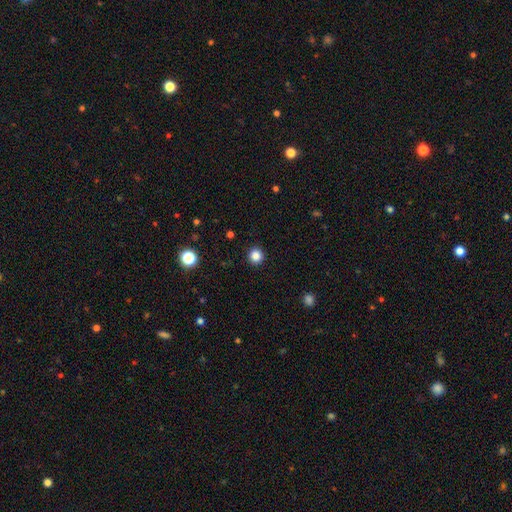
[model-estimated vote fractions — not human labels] Smooth or featured?
  - smooth: 85% *
  - star or artifact: 12%
  - featured or disk: 3%
How rounded?
  - round: 94% *
  - in between: 5%
  - cigar-shaped: 1%
Merging?
  - none: 92% *
  - minor disturbance: 5%
  - major disturbance: 2%
  - merger: 1%